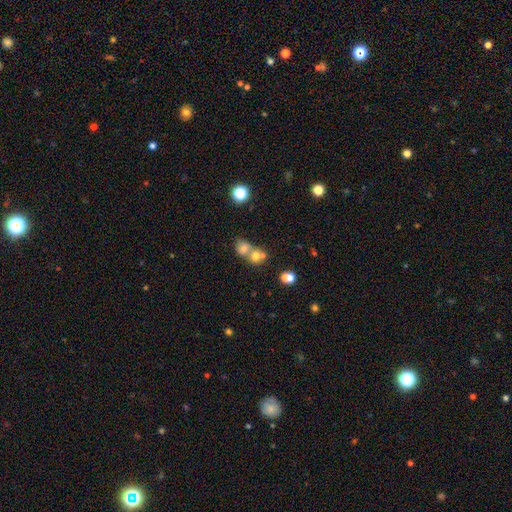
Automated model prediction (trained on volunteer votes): This appears to be a smooth galaxy with no disk features (69%) that is round (71%). Merging: merger (63%).